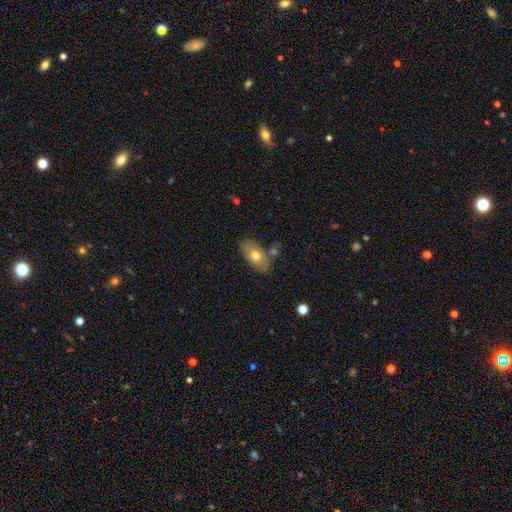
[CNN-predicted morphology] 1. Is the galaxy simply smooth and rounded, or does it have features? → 69% smooth, 23% featured or disk, 8% star or artifact.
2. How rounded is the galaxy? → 89% in between, 9% round, 2% cigar-shaped.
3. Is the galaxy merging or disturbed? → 63% none, 19% minor disturbance, 13% merger, 5% major disturbance.